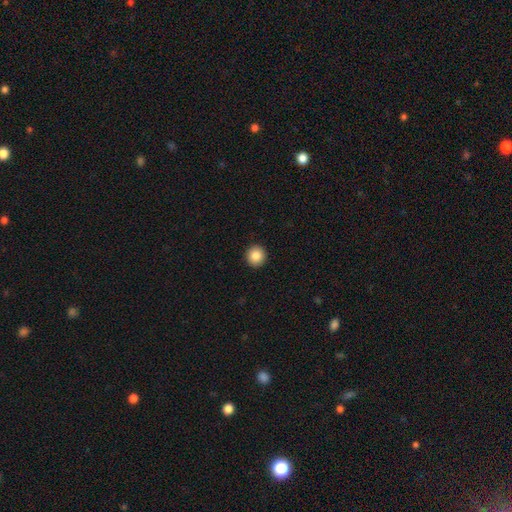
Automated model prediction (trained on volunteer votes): Overall: smooth (86%). How rounded: round (95%). Merging: none (93%).